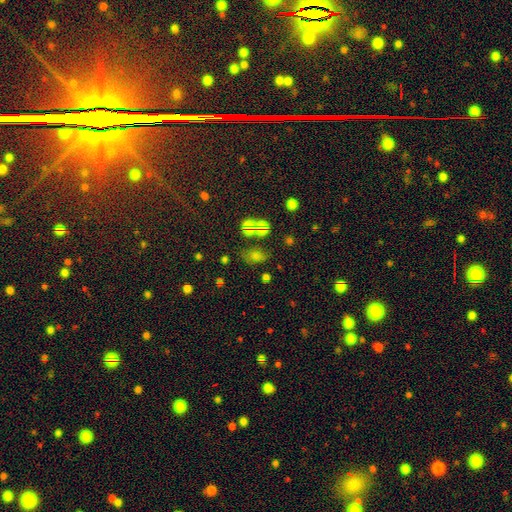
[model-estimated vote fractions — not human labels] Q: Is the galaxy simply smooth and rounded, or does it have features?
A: smooth — 66%.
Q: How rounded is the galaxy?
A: in between — 73%.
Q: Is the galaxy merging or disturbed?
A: none — 58%.